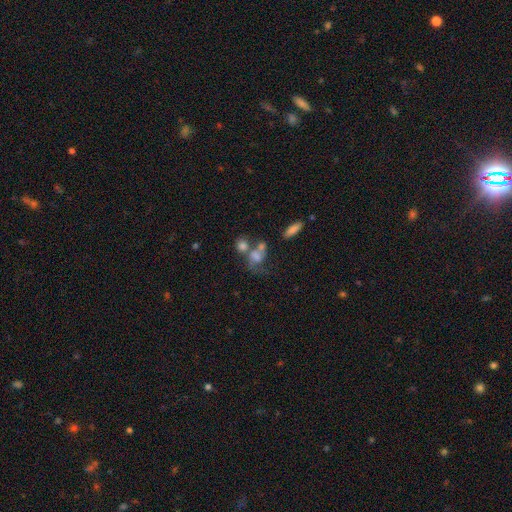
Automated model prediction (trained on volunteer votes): The model was most divided on "how rounded": round: 50%, in between: 47%, cigar-shaped: 3%. Remaining: smooth or featured — smooth (52%); merging — merger (40%).